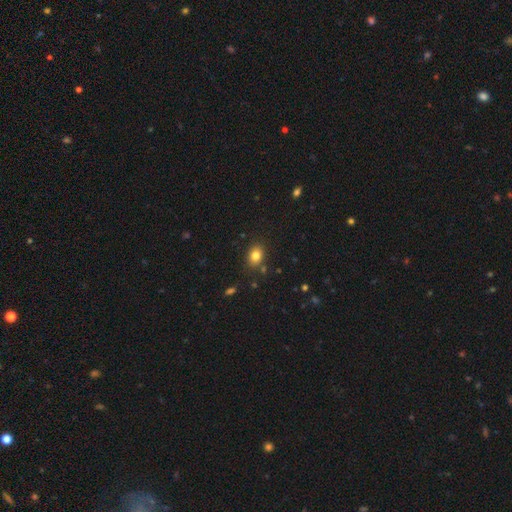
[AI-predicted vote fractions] Morphology: type=smooth (82%); roundness=in between (59%); merging=none (83%).